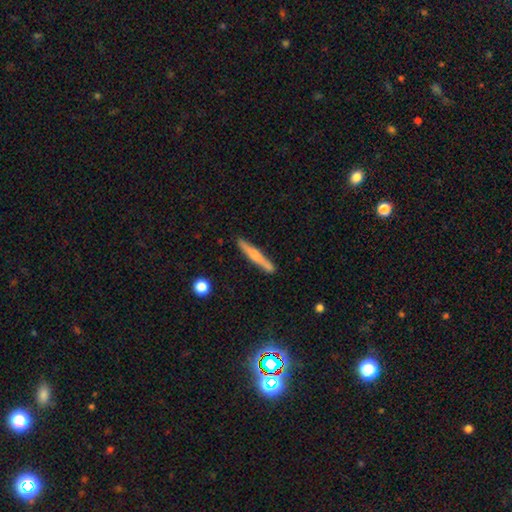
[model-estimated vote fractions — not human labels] This is possibly a smooth galaxy (50%). Merging: clearly none (88%).